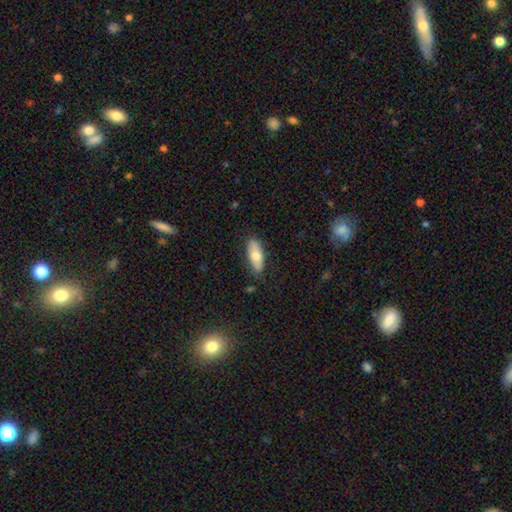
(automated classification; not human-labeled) This is likely a smooth galaxy (70%). How rounded: likely in between (72%). Merging: clearly none (82%).